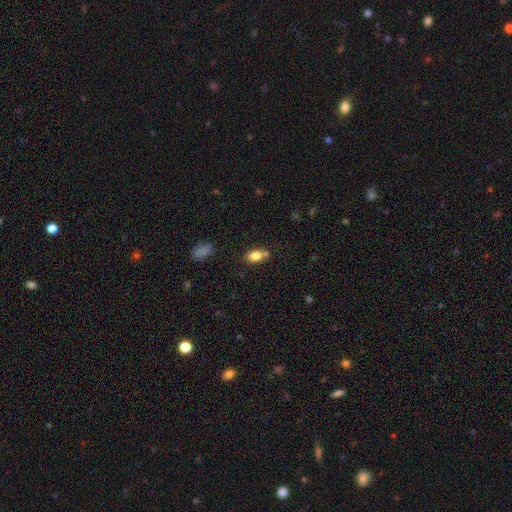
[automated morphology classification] Overall: smooth (81%). How rounded: in between (84%). Merging: none (60%).